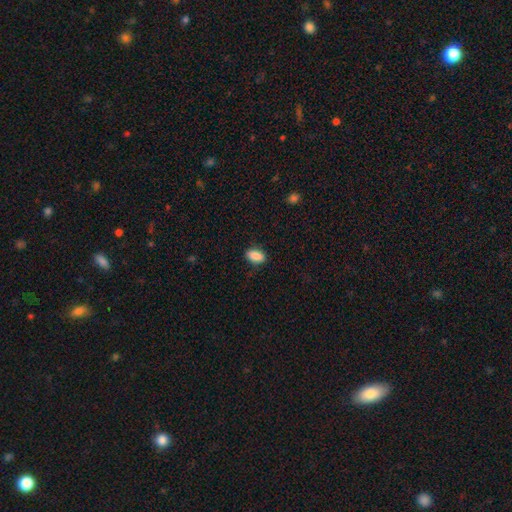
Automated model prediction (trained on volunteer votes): The model was most divided on "merging": none: 86%, minor disturbance: 11%, major disturbance: 2%, merger: 1%. More confident: how rounded — in between (90%); smooth or featured — smooth (89%).